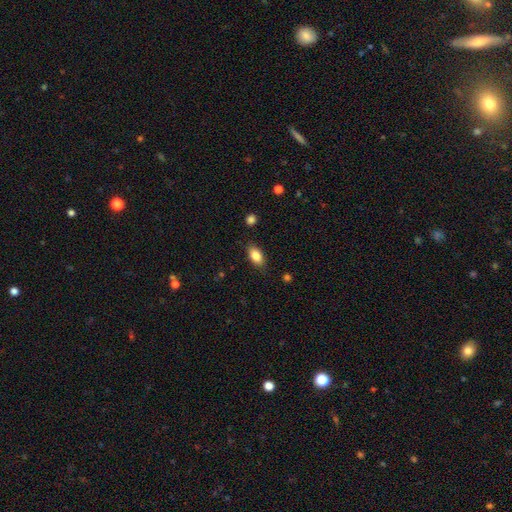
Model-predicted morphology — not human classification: Q: Smooth or featured?
A: smooth (85%); runner-up: star or artifact (8%)
Q: How rounded?
A: in between (89%); runner-up: round (6%)
Q: Merging?
A: none (83%); runner-up: minor disturbance (13%)